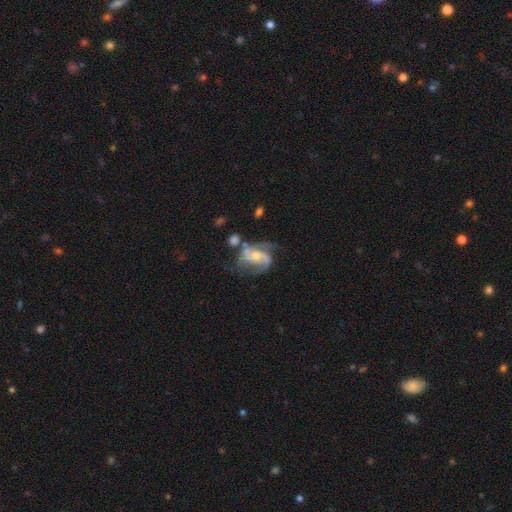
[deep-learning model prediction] featured or disk 85%, smooth 9%, star or artifact 6%. Down the decision tree: edge-on disk — no (97%); bar — no (49%); spiral arms — yes (95%); spiral arm count — 2 (72%); spiral winding — medium (52%); bulge size — moderate (58%); merging — none (49%).